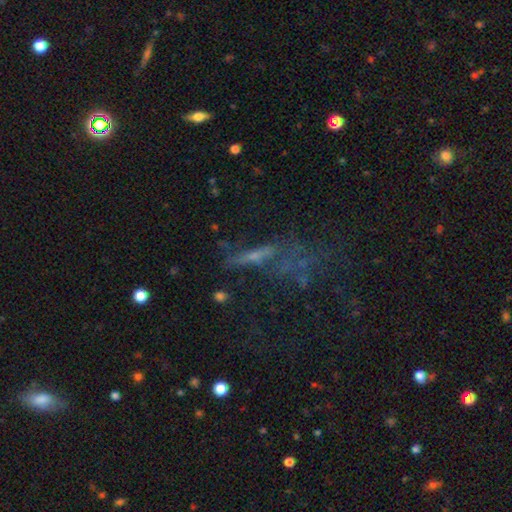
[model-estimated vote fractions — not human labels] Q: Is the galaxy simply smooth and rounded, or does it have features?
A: featured or disk — 41%.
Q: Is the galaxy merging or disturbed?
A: none — 41%.